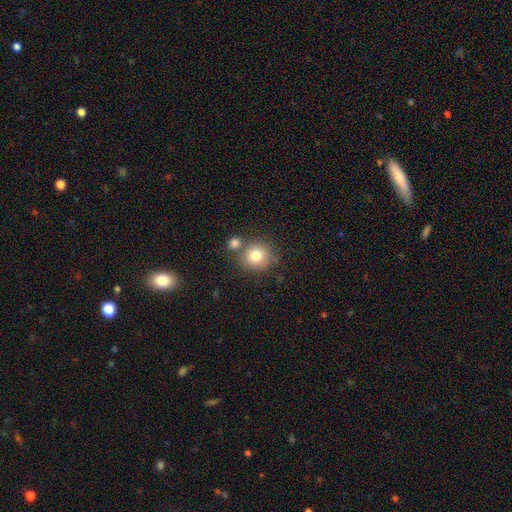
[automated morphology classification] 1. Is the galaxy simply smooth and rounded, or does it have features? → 78% smooth, 11% star or artifact, 11% featured or disk.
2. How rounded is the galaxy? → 89% round, 10% in between, 1% cigar-shaped.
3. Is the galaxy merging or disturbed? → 64% none, 22% merger, 11% minor disturbance, 3% major disturbance.